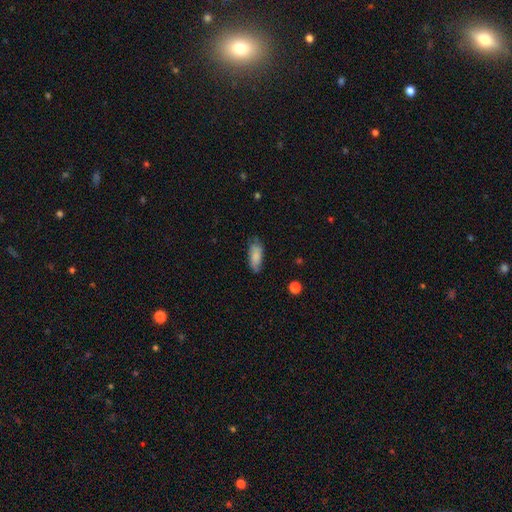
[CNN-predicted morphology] The model was most divided on "merging": none: 71%, minor disturbance: 23%, major disturbance: 5%, merger: 2%. More confident: how rounded — in between (80%); smooth or featured — smooth (79%).